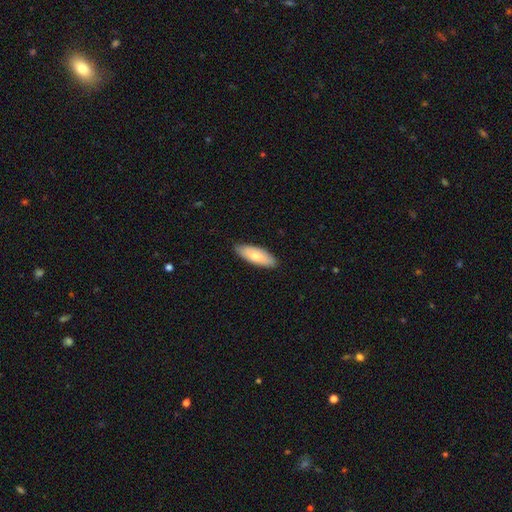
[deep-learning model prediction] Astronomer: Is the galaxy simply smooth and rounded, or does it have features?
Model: smooth — 73%.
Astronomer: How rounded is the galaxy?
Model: in between — 69%.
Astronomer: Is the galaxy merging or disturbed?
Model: none — 85%.